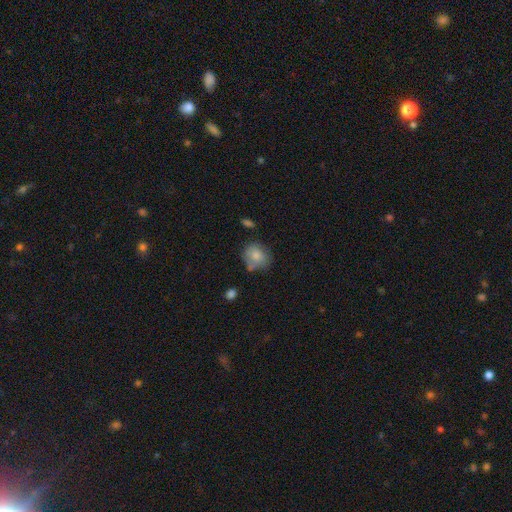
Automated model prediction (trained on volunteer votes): Smooth or featured? Predicted: smooth (p=0.76). How rounded? Predicted: round (p=0.68). Merging? Predicted: none (p=0.55).